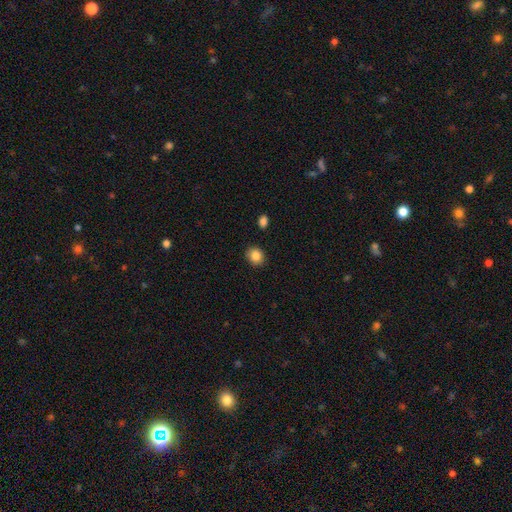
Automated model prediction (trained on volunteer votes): smooth_or_featured: smooth (p=0.86) [alt: star or artifact p=0.09]
how_rounded: round (p=0.73) [alt: in between p=0.26]
merging: none (p=0.89) [alt: minor disturbance p=0.07]